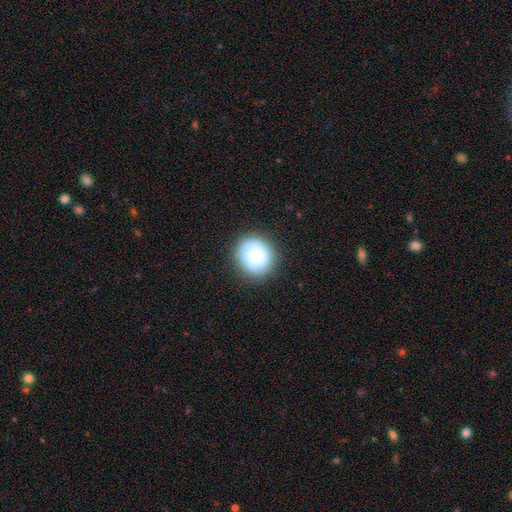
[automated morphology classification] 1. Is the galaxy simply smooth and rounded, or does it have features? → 74% smooth, 18% featured or disk, 8% star or artifact.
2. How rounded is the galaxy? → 85% round, 15% in between, 1% cigar-shaped.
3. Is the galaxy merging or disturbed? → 81% none, 13% minor disturbance, 4% major disturbance, 1% merger.